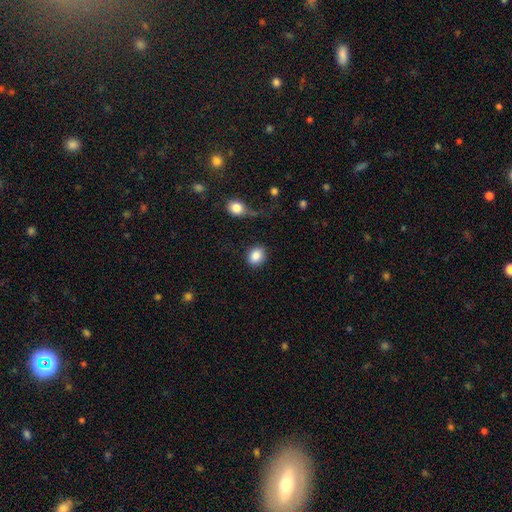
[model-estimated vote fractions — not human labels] Smooth or featured: smooth — 87% (star or artifact — 8%)
How rounded: round — 59% (in between — 40%)
Merging: none — 83% (minor disturbance — 10%)